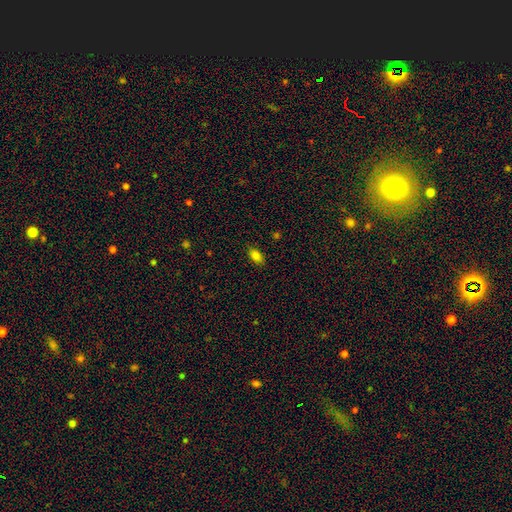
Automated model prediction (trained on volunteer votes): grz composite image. It shows a smooth galaxy with no disk features (83%) that is in between round and cigar-shaped (89%). Merging: none (85%).